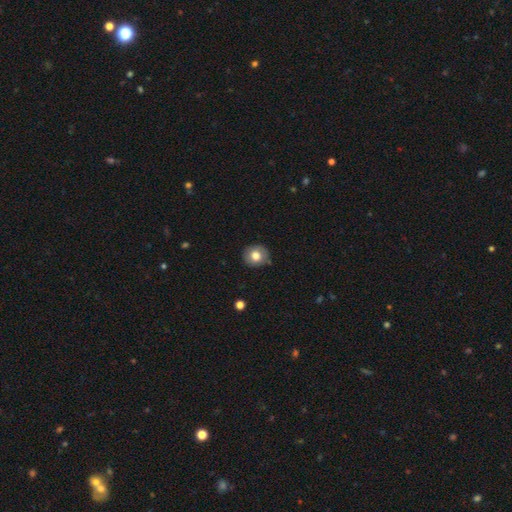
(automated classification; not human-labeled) Smooth or featured: smooth — 77% (featured or disk — 14%)
How rounded: round — 81% (in between — 19%)
Merging: none — 83% (minor disturbance — 13%)